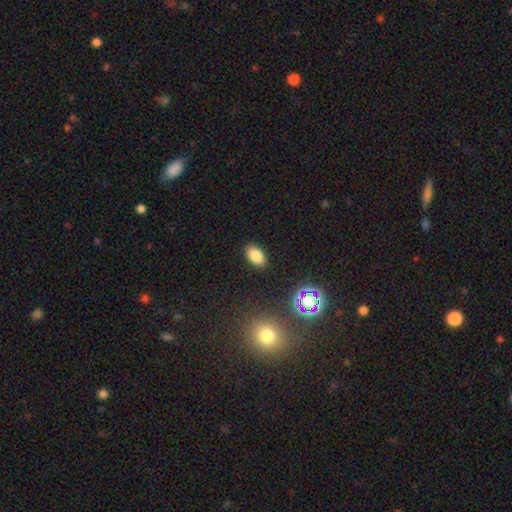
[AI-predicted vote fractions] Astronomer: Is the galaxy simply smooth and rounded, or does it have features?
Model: smooth — 81%.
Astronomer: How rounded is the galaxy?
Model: in between — 92%.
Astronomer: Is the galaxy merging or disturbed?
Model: none — 87%.